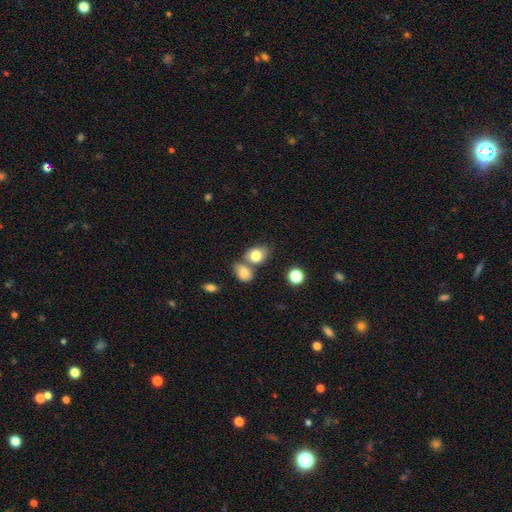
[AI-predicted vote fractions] Smooth or featured: smooth — 81% (featured or disk — 10%)
How rounded: in between — 64% (round — 35%)
Merging: none — 47% (merger — 36%)